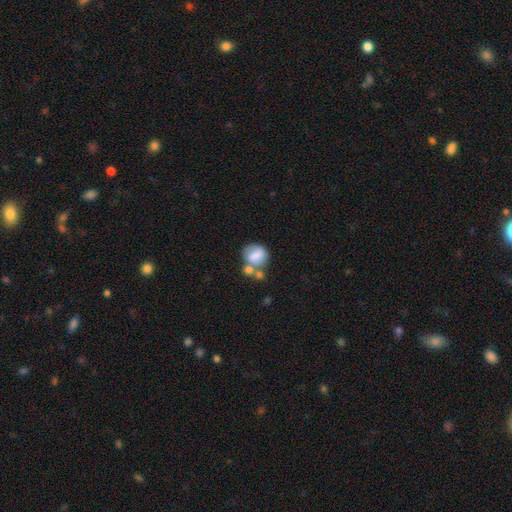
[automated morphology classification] Overall: smooth (70%). How rounded: round (63%; in between 35%). Merging: merger (42%; none 33%).